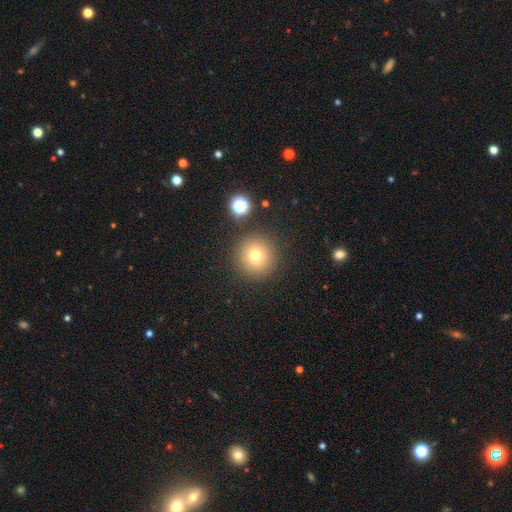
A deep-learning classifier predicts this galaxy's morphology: This is likely a smooth galaxy (74%). How rounded: clearly round (96%). Merging: clearly none (87%).